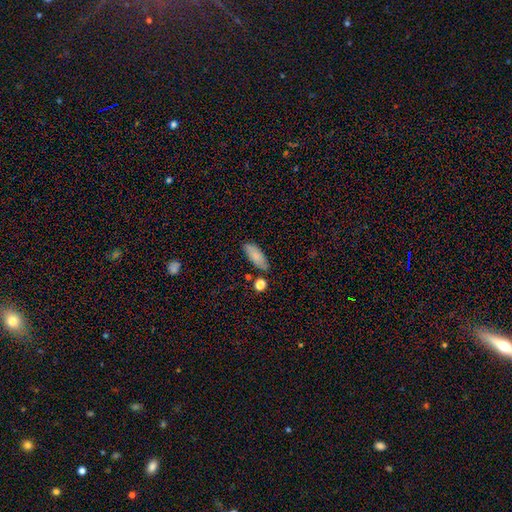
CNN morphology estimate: smooth_or_featured: smooth (p=0.81) [alt: featured or disk p=0.12]
how_rounded: in between (p=0.77) [alt: cigar-shaped p=0.20]
merging: none (p=0.74) [alt: minor disturbance p=0.16]